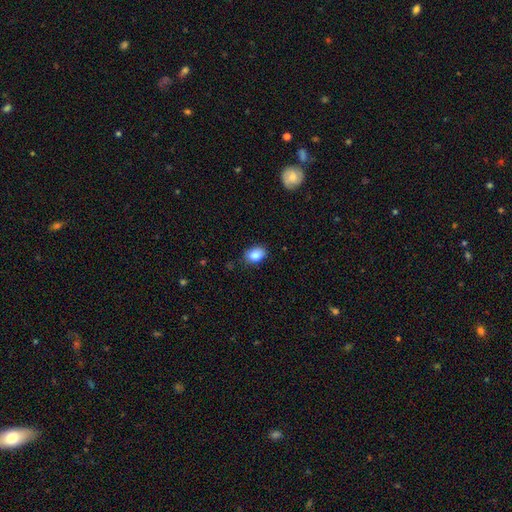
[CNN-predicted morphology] This appears to be a smooth galaxy with no disk features (87%) that is in between round and cigar-shaped (77%). Merging: none (80%).